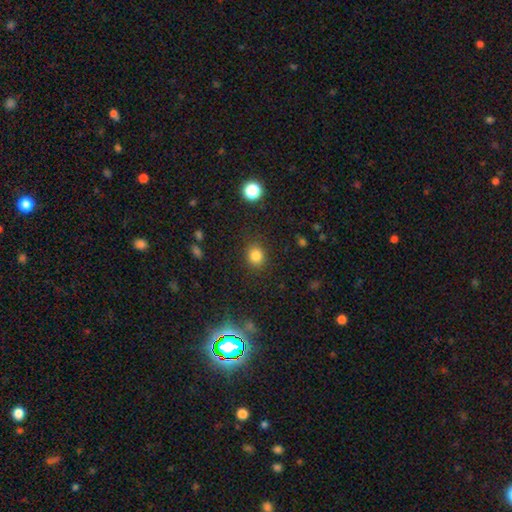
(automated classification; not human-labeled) Smooth or featured? smooth (82%)
How rounded? round (72%)
Merging? none (86%)